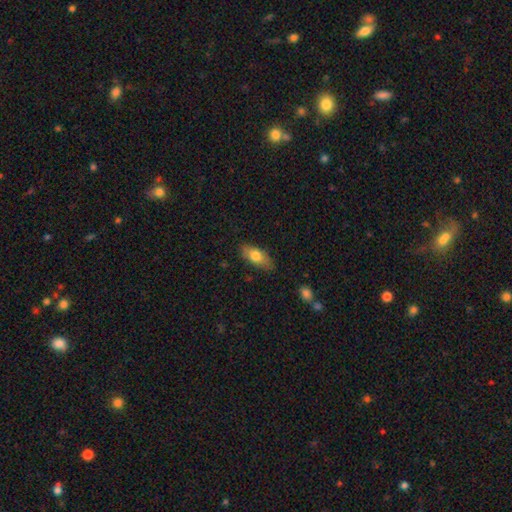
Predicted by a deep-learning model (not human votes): This appears to be a smooth galaxy with no disk features (73%) that is in between round and cigar-shaped (83%). Merging: none (80%).